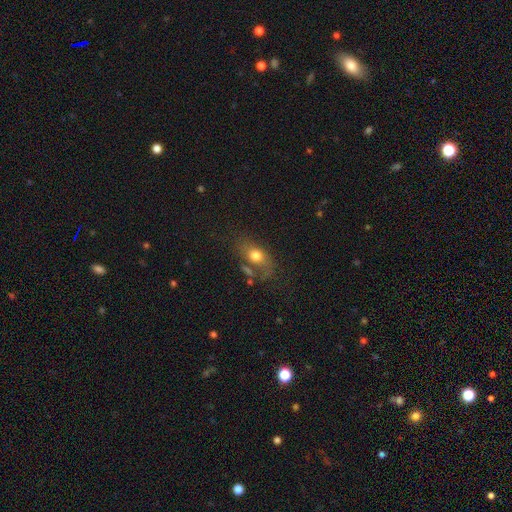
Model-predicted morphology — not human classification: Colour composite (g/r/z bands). It shows a smooth galaxy with no disk features (63%) that is in between round and cigar-shaped (74%). Merging: none (45%).